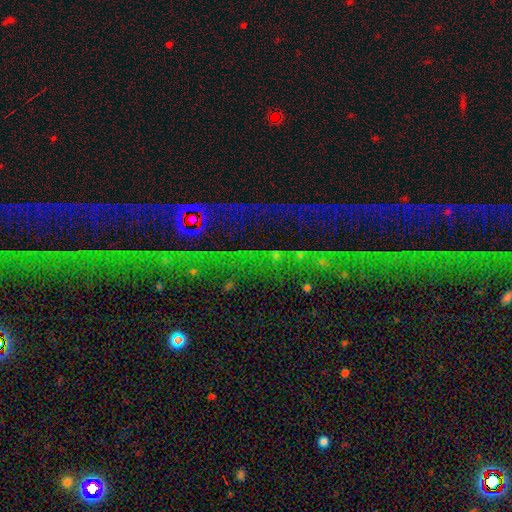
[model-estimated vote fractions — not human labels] Overall: star or artifact (76%).